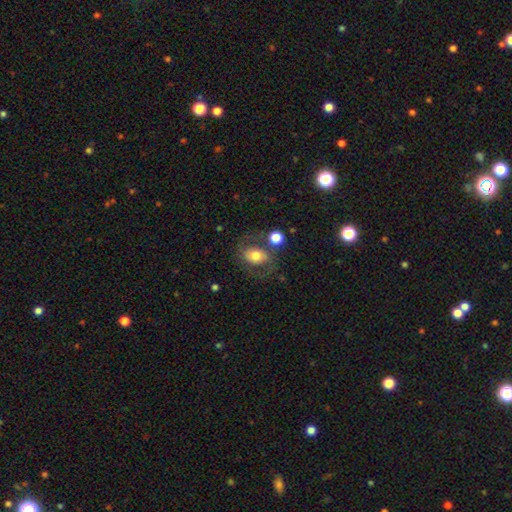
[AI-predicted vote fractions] smooth 57%, featured or disk 33%, star or artifact 10%. Down the decision tree: how rounded — in between (60%); merging — none (61%).